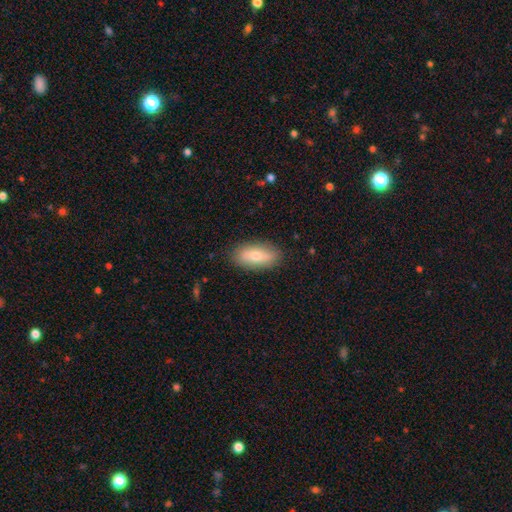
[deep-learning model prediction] smooth_or_featured: smooth (p=0.70) [alt: featured or disk p=0.24]
how_rounded: in between (p=0.86) [alt: cigar-shaped p=0.10]
merging: none (p=0.85) [alt: minor disturbance p=0.11]